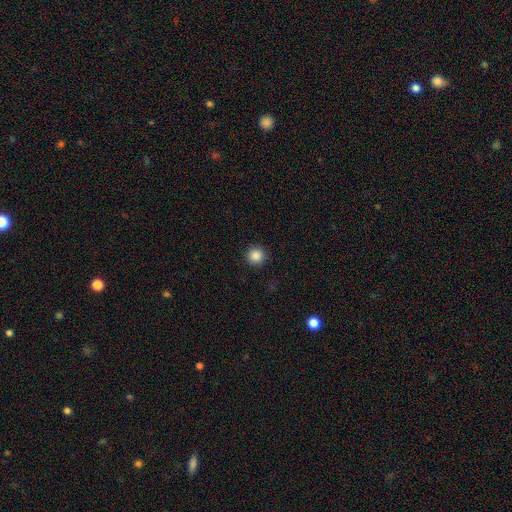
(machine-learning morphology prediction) Smooth or featured? Predicted: smooth (p=0.87). How rounded? Predicted: round (p=0.96). Merging? Predicted: none (p=0.93).